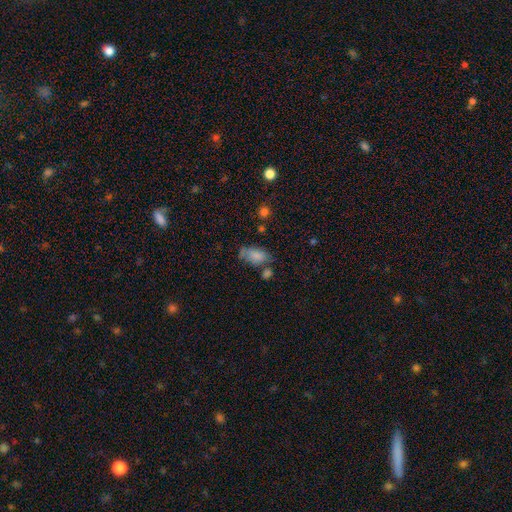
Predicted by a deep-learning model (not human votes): Overall: smooth (79%). How rounded: in between (91%). Merging: none (44%; minor disturbance 28%).